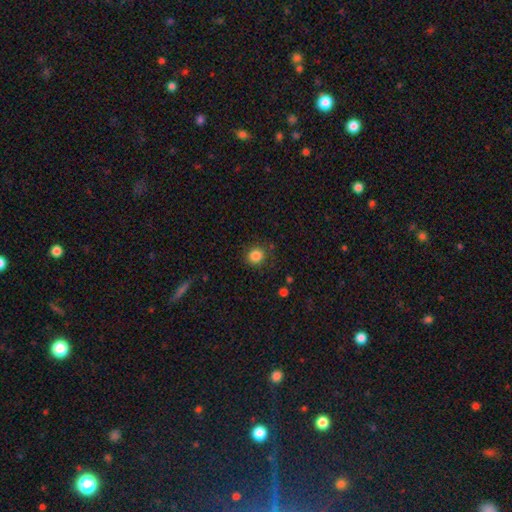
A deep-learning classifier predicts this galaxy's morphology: Q: Smooth or featured?
A: smooth (85%); runner-up: star or artifact (11%)
Q: How rounded?
A: round (86%); runner-up: in between (13%)
Q: Merging?
A: none (84%); runner-up: minor disturbance (10%)